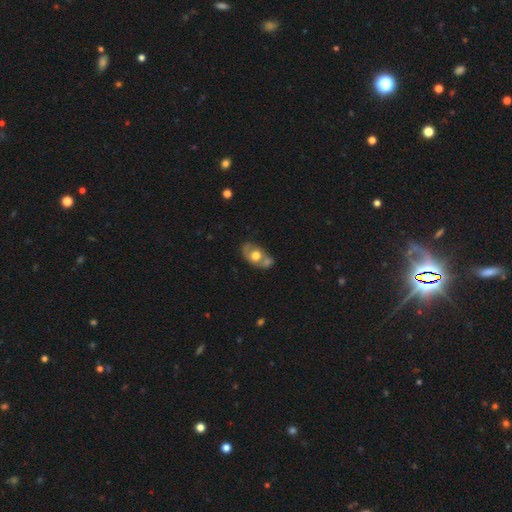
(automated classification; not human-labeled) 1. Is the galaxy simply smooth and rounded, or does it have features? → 48% smooth, 45% featured or disk, 7% star or artifact.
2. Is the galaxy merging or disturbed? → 41% merger, 36% none, 16% minor disturbance, 7% major disturbance.